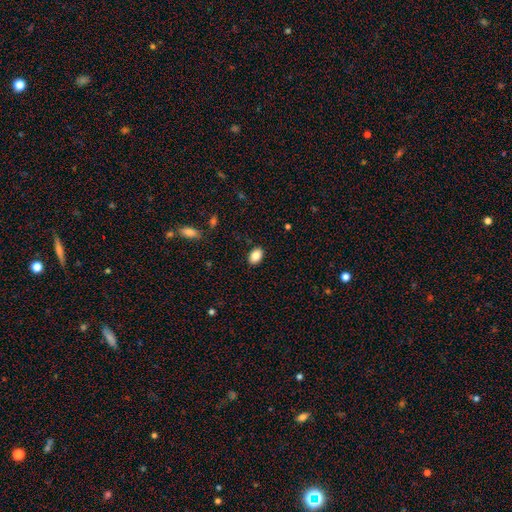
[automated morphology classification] type=smooth (85%); roundness=in between (84%); merging=none (88%).